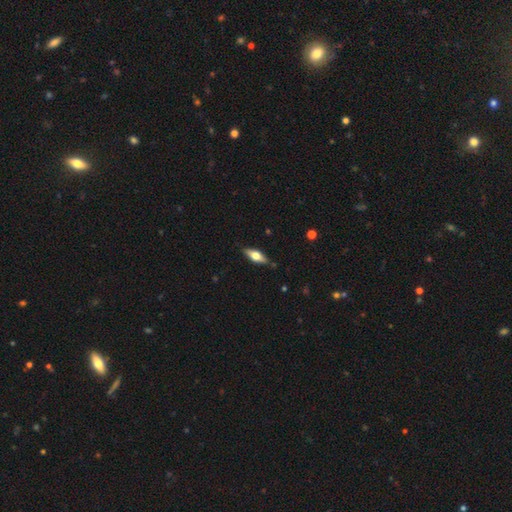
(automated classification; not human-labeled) smooth_or_featured: featured or disk (p=0.48) [alt: smooth p=0.46]
merging: none (p=0.86) [alt: minor disturbance p=0.11]